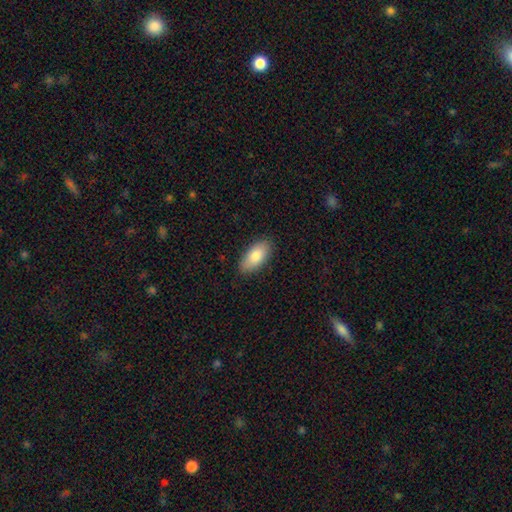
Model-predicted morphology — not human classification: Smooth or featured? Predicted: smooth (p=0.84). How rounded? Predicted: in between (p=0.92). Merging? Predicted: none (p=0.86).